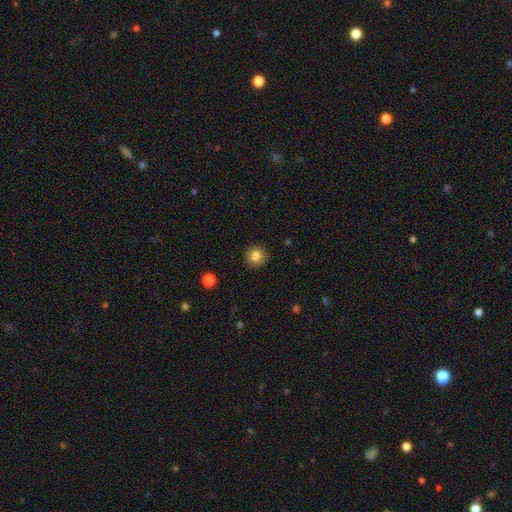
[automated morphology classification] smooth-or-featured: smooth: 82% | star or artifact: 11% | featured or disk: 7%
  how-rounded: round: 92% | in between: 7% | cigar-shaped: 1%
  merging: none: 89% | minor disturbance: 8% | major disturbance: 2% | merger: 1%